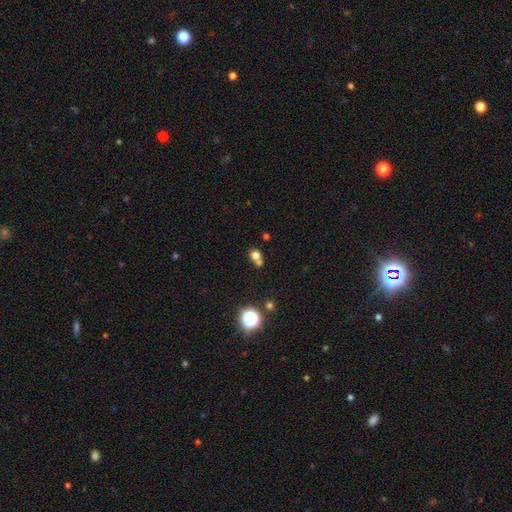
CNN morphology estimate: Smooth or featured? smooth (72%)
How rounded? round (75%)
Merging? merger (45%)